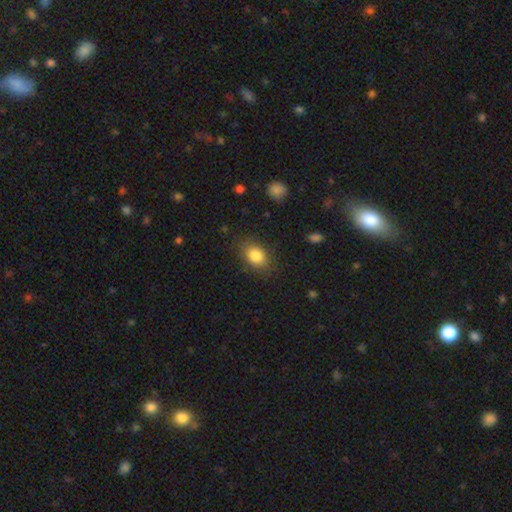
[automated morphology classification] The model was most divided on "how rounded": in between: 72%, round: 26%, cigar-shaped: 1%. More confident: smooth or featured — smooth (84%); merging — none (81%).